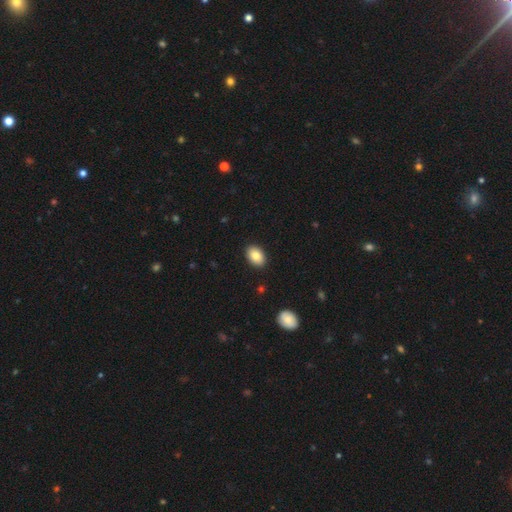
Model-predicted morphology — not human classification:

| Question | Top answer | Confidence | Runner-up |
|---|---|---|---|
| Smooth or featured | smooth | 85% | featured or disk (8%) |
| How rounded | in between | 87% | round (12%) |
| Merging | none | 90% | minor disturbance (7%) |